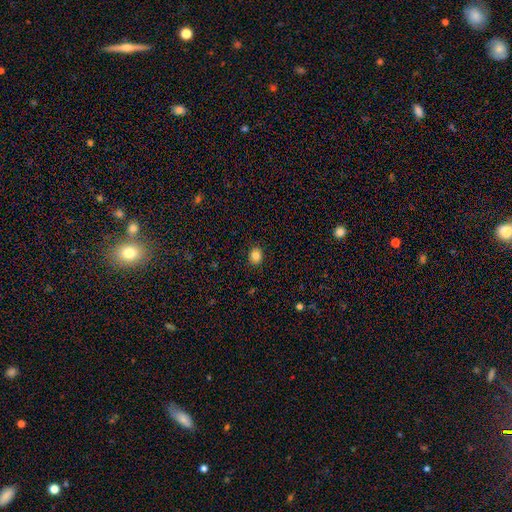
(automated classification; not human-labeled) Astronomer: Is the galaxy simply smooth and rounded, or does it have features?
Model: smooth — 84%.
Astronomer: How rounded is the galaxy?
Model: round — 67%.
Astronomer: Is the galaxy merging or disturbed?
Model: none — 89%.